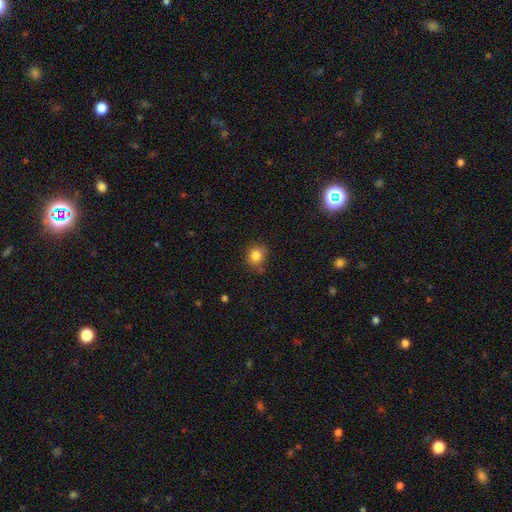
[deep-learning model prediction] Q: Smooth or featured?
A: smooth (83%); runner-up: star or artifact (11%)
Q: How rounded?
A: round (81%); runner-up: in between (18%)
Q: Merging?
A: none (72%); runner-up: minor disturbance (20%)